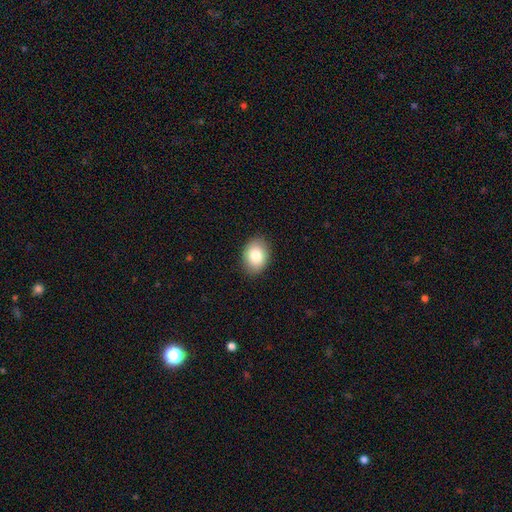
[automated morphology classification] type=smooth (84%); roundness=in between (70%); merging=none (88%).